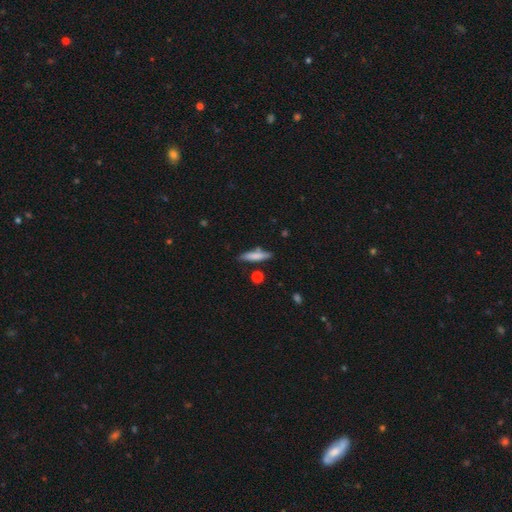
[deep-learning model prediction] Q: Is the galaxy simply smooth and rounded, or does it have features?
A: smooth — 74%.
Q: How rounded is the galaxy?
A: cigar-shaped — 83%.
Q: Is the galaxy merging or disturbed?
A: none — 76%.